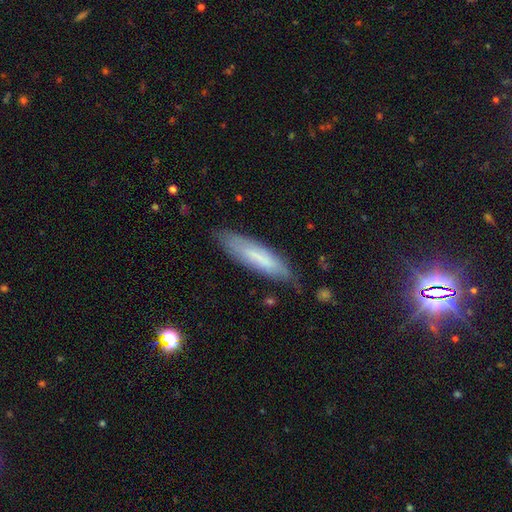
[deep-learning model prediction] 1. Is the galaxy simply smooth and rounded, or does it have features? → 62% smooth, 30% featured or disk, 8% star or artifact.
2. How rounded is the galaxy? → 75% cigar-shaped, 24% in between, 1% round.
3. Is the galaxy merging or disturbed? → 76% none, 18% minor disturbance, 4% major disturbance, 2% merger.